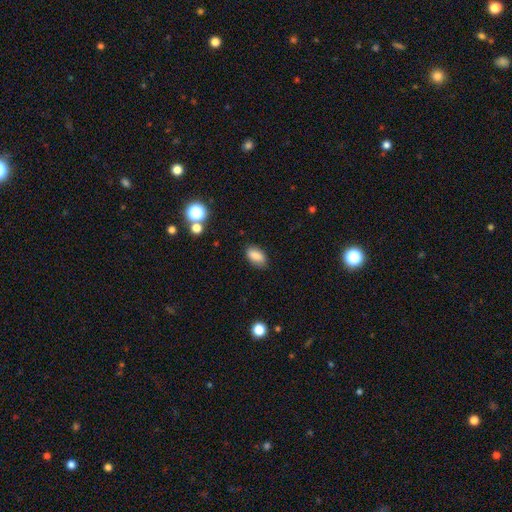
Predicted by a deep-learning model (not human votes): Smooth or featured? Predicted: smooth (p=0.83). How rounded? Predicted: in between (p=0.91). Merging? Predicted: none (p=0.84).